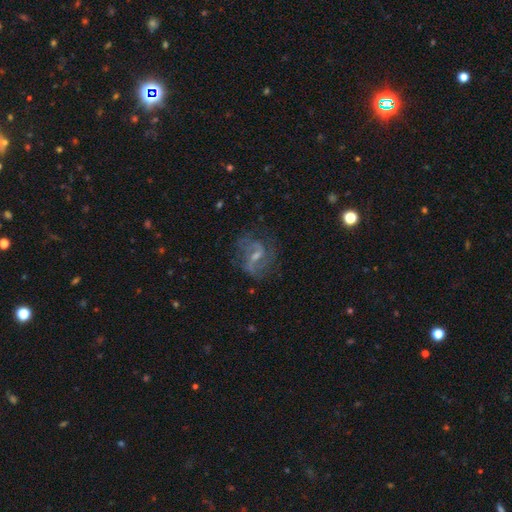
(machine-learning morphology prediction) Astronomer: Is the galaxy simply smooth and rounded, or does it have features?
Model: featured or disk — 79%.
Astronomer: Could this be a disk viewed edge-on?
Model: no — 97%.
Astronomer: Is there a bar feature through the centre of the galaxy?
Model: weak — 56%.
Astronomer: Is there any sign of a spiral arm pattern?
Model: yes — 90%.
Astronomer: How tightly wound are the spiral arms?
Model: medium — 45% (runner-up: loose, 42%).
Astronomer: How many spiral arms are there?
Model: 2 — 74%.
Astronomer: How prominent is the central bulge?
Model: small — 50% (runner-up: moderate, 35%).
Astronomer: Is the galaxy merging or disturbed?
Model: none — 64%.